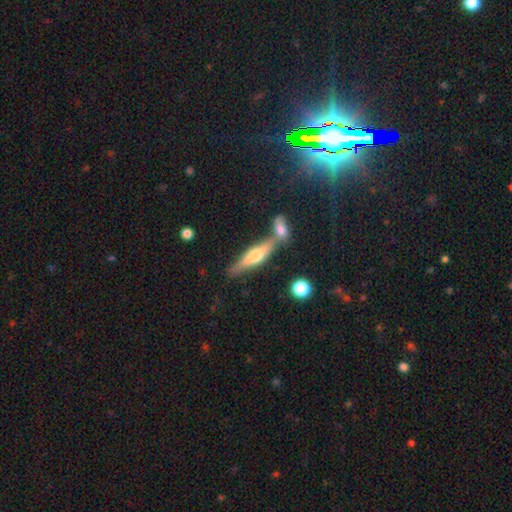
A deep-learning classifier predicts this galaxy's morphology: smooth-or-featured: featured or disk: 57% | smooth: 36% | star or artifact: 7%
  disk-edge-on: yes: 91% | no: 9%
    edge-on-bulge: rounded: 88% | boxy: 8% | none: 4%
  merging: none: 55% | merger: 30% | minor disturbance: 11% | major disturbance: 4%